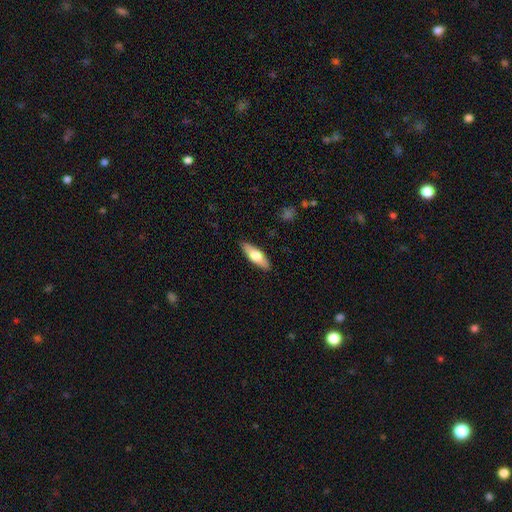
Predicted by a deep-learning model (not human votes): Q: Smooth or featured?
A: smooth (60%); runner-up: featured or disk (34%)
Q: How rounded?
A: in between (56%); runner-up: cigar-shaped (41%)
Q: Merging?
A: none (88%); runner-up: minor disturbance (9%)